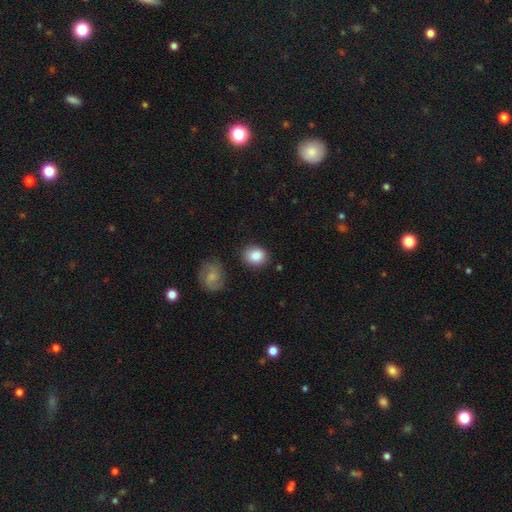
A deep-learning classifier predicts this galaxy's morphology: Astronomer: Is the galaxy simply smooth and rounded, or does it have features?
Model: smooth — 87%.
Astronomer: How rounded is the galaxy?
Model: round — 73%.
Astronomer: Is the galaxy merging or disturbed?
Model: none — 84%.